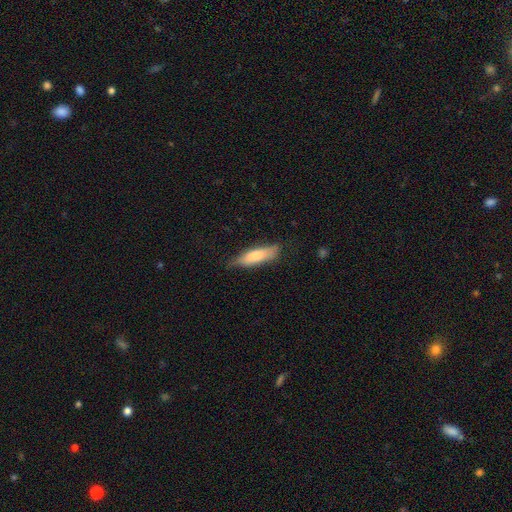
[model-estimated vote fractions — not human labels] A smooth galaxy with no disk features (77%) that is cigar-shaped (57%).

Vote fractions:
- Smooth or featured? smooth: 77% / featured or disk: 17% / star or artifact: 6%
- How rounded? cigar-shaped: 57% / in between: 41% / round: 2%
- Merging? none: 69% / minor disturbance: 25% / major disturbance: 5% / merger: 1%